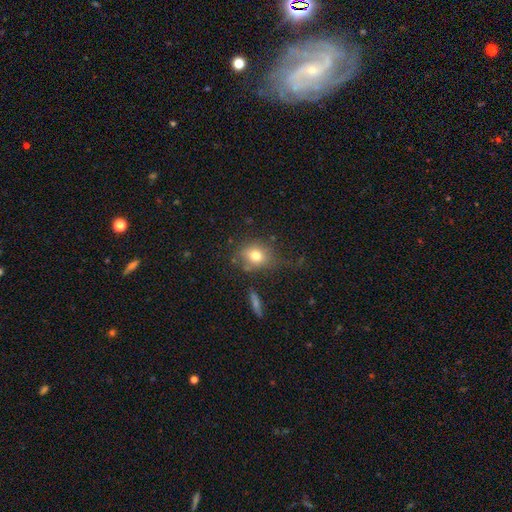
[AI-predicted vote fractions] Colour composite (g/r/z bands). It shows a smooth galaxy with no disk features (75%) that is round (58%). Merging: none (64%).